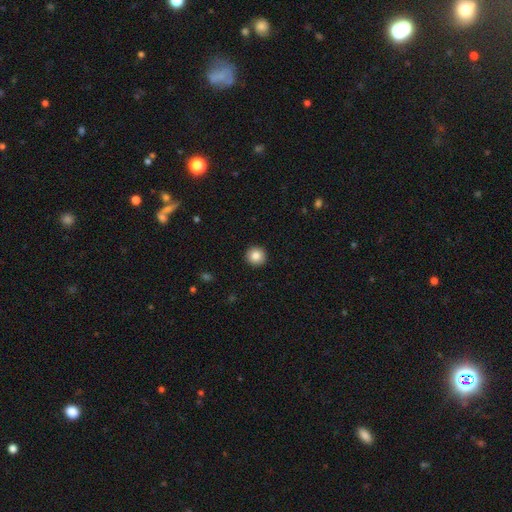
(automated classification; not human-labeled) Smooth or featured? Predicted: smooth (p=0.86). How rounded? Predicted: round (p=0.95). Merging? Predicted: none (p=0.93).